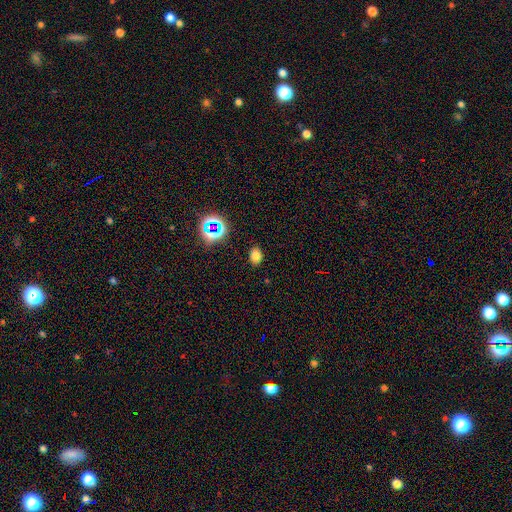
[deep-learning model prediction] smooth-or-featured: smooth: 74% | star or artifact: 20% | featured or disk: 6%
  how-rounded: in between: 74% | round: 25% | cigar-shaped: 1%
  merging: none: 86% | minor disturbance: 10% | major disturbance: 3% | merger: 1%